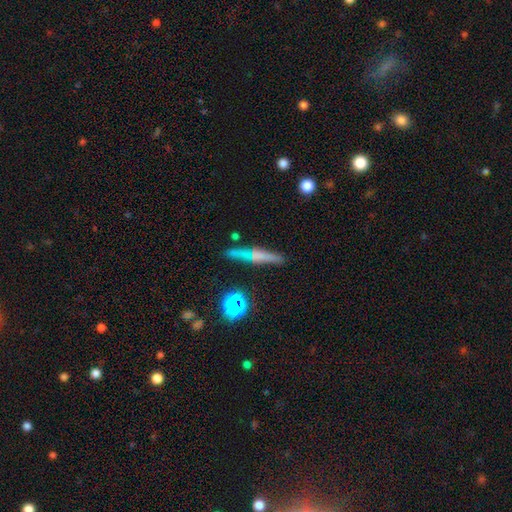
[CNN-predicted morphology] Smooth or featured? featured or disk (59%)
Edge-on disk? yes (95%)
Edge-on bulge? rounded (66%)
Merging? none (83%)